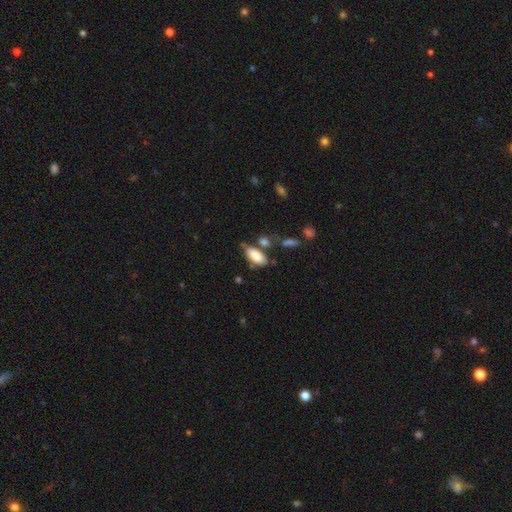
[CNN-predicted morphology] Smooth or featured? Predicted: smooth (p=0.83). How rounded? Predicted: in between (p=0.90). Merging? Predicted: none (p=0.57).